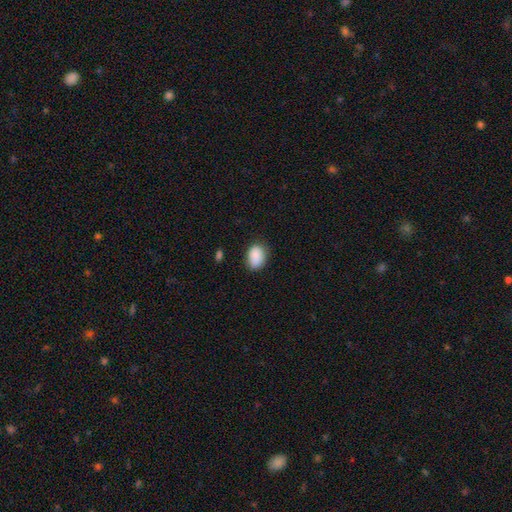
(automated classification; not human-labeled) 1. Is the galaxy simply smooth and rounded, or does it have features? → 88% smooth, 8% star or artifact, 5% featured or disk.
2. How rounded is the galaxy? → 78% in between, 21% round, 1% cigar-shaped.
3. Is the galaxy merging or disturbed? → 74% none, 20% minor disturbance, 4% major disturbance, 2% merger.